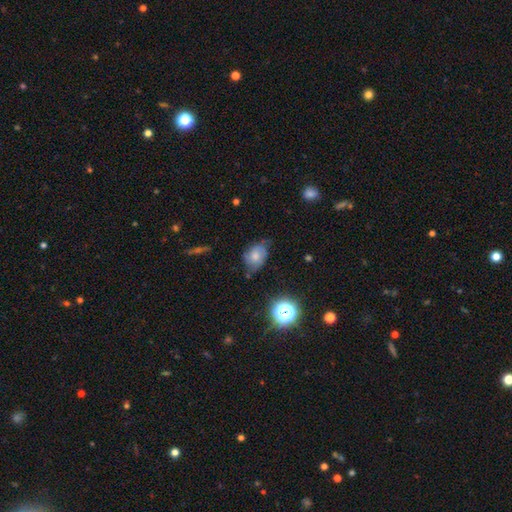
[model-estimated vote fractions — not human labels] Smooth or featured? Predicted: smooth (p=0.64). How rounded? Predicted: in between (p=0.71). Merging? Predicted: none (p=0.54).